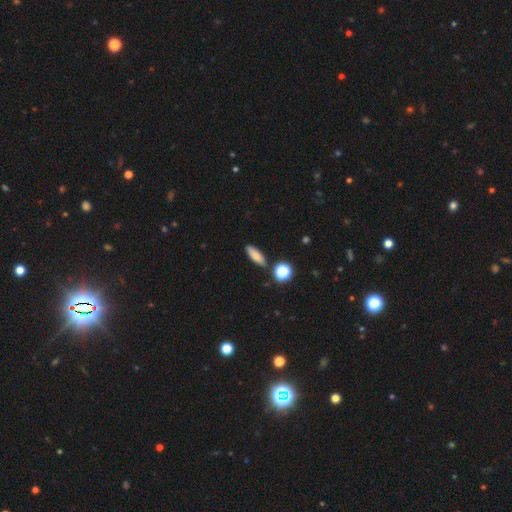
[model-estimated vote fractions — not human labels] Smooth or featured? Predicted: smooth (p=0.75). How rounded? Predicted: in between (p=0.55). Merging? Predicted: none (p=0.84).